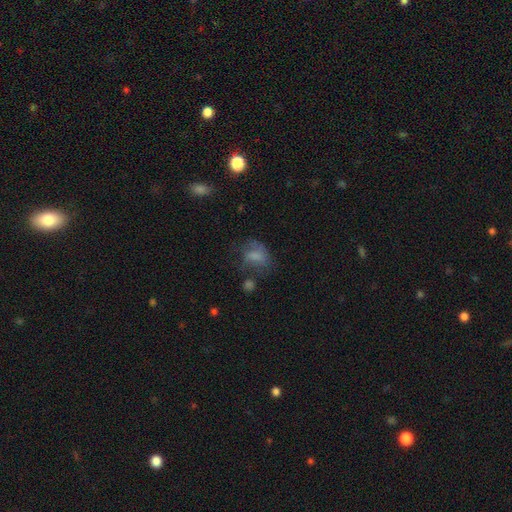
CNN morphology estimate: Smooth or featured?
  - smooth: 59% *
  - featured or disk: 29%
  - star or artifact: 12%
How rounded?
  - in between: 69% *
  - round: 29%
  - cigar-shaped: 2%
Merging?
  - none: 37% *
  - major disturbance: 31%
  - minor disturbance: 25%
  - merger: 7%